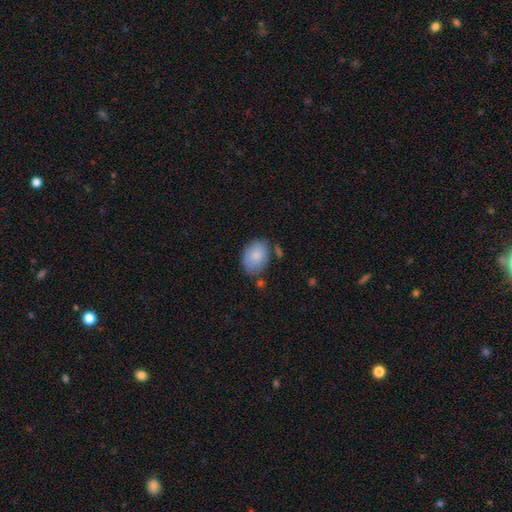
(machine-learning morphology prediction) This is clearly a smooth galaxy (83%). How rounded: likely in between (77%). Merging: likely none (67%).